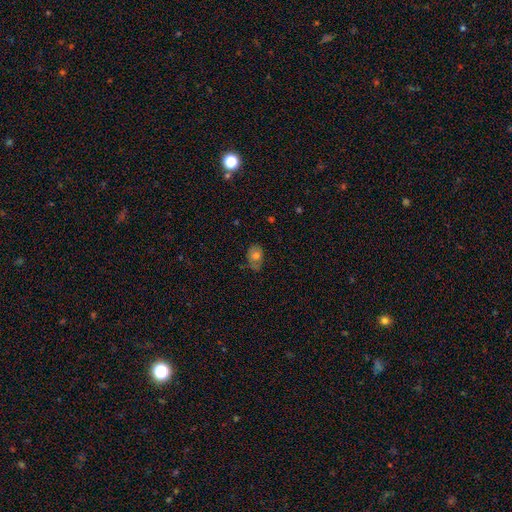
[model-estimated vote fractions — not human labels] Smooth or featured?
  - smooth: 67% *
  - featured or disk: 23%
  - star or artifact: 10%
How rounded?
  - in between: 71% *
  - round: 27%
  - cigar-shaped: 1%
Merging?
  - none: 60% *
  - minor disturbance: 30%
  - major disturbance: 8%
  - merger: 3%